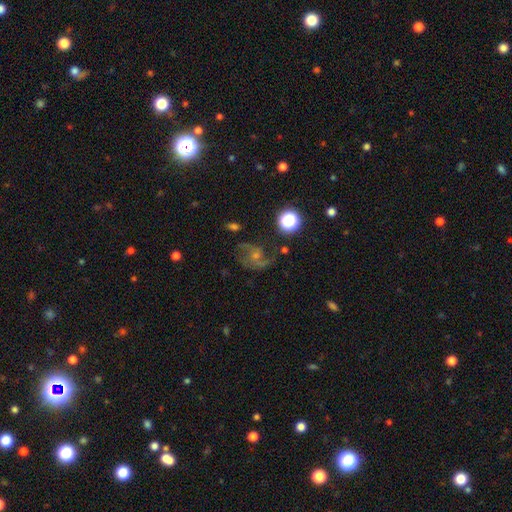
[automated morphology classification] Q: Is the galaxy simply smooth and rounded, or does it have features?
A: featured or disk — 65%.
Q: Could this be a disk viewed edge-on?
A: no — 97%.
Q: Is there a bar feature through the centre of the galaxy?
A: no — 68%.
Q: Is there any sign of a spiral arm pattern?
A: yes — 92%.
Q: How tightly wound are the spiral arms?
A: medium — 48%.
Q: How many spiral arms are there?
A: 2 — 65%.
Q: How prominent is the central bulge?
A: small — 54%.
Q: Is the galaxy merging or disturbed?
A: none — 64%.